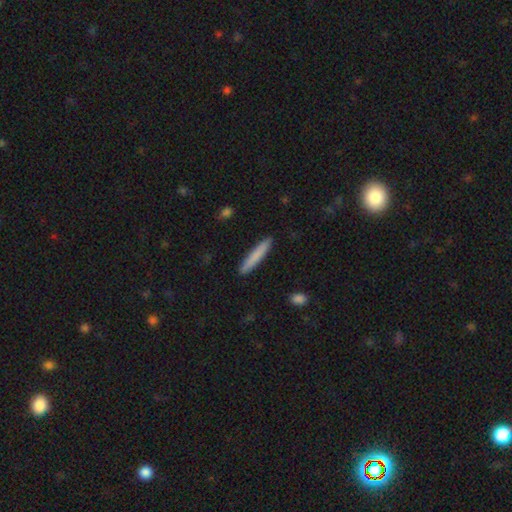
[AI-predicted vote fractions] smooth_or_featured: smooth (p=0.80) [alt: featured or disk p=0.15]
how_rounded: cigar-shaped (p=0.94) [alt: in between p=0.05]
merging: none (p=0.91) [alt: minor disturbance p=0.07]